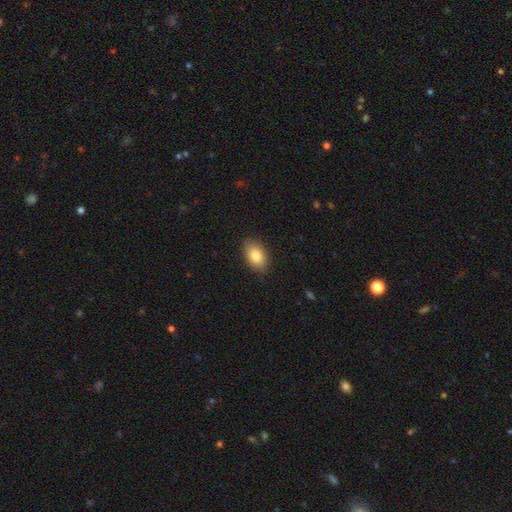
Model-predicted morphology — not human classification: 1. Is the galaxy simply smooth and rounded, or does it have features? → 83% smooth, 9% featured or disk, 7% star or artifact.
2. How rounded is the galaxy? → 90% in between, 9% round, 2% cigar-shaped.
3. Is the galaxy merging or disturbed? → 88% none, 9% minor disturbance, 2% major disturbance, 1% merger.